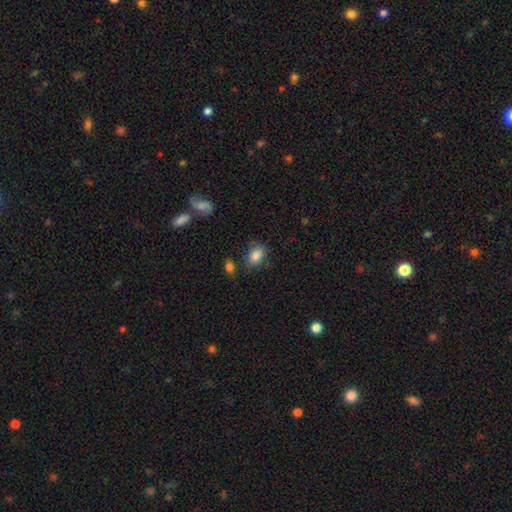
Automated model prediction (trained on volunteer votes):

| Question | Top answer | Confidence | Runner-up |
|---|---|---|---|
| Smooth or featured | smooth | 84% | star or artifact (9%) |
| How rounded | in between | 79% | round (20%) |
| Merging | none | 67% | minor disturbance (20%) |